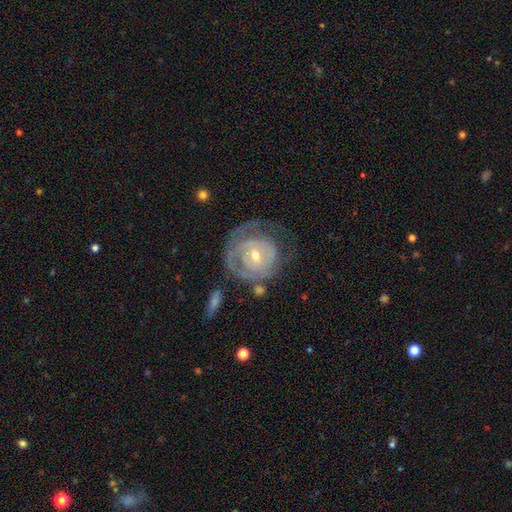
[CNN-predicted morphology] A featured or disk galaxy (76%) with no bar (70%), tight (73%) spiral arms (75%) and a small central bulge (52%).

Vote fractions:
- Smooth or featured? featured or disk: 76% / smooth: 19% / star or artifact: 6%
- Edge-on disk? no: 97% / yes: 3%
- Bar? no: 70% / weak: 24% / strong: 6%
- Spiral arms? yes: 75% / no: 25%
- Spiral winding? tight: 73% / medium: 18% / loose: 8%
- Spiral arm count? can't tell: 43% / 2: 24% / 1: 19% / 3: 8% / 4: 3% / more than 4: 3%
- Bulge size? small: 52% / moderate: 44% / large: 2% / none: 1% / dominant: 1%
- Merging? none: 49% / major disturbance: 24% / minor disturbance: 22% / merger: 5%